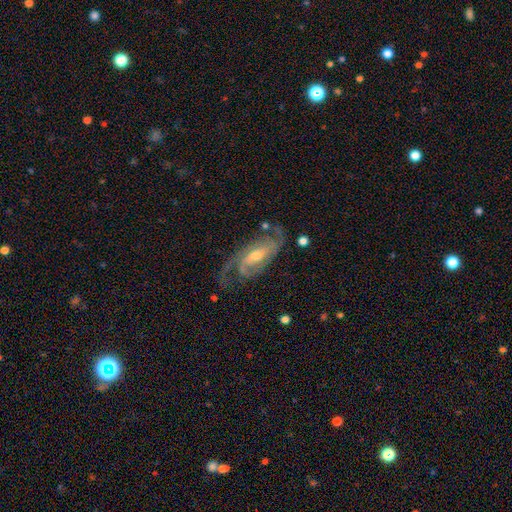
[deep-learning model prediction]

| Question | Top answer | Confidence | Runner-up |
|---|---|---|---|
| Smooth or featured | featured or disk | 88% | smooth (7%) |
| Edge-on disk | no | 94% | yes (6%) |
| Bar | weak | 45% | no (36%) |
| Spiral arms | yes | 96% | no (4%) |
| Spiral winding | medium | 46% | tight (37%) |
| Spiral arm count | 2 | 62% | 3 (14%) |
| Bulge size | moderate | 53% | small (41%) |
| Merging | none | 66% | minor disturbance (19%) |